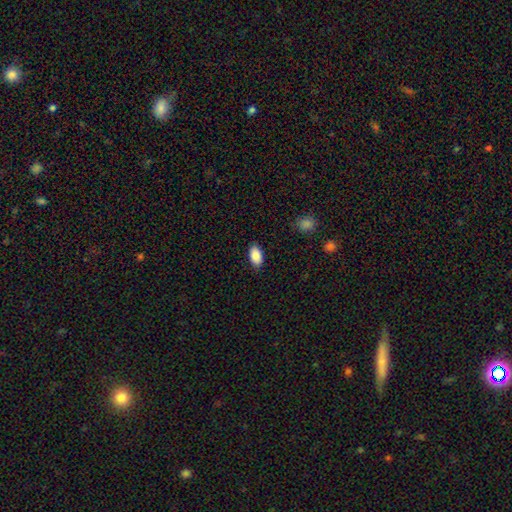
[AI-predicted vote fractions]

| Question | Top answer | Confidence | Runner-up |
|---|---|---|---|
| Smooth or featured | smooth | 88% | star or artifact (7%) |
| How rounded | in between | 94% | round (4%) |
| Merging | none | 87% | minor disturbance (10%) |